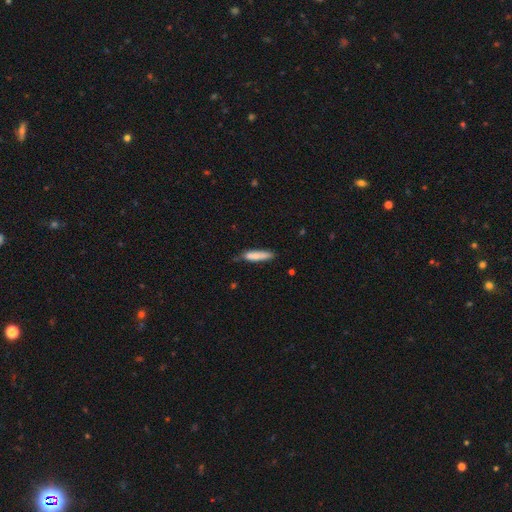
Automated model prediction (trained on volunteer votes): Smooth or featured? Predicted: smooth (p=0.78). How rounded? Predicted: cigar-shaped (p=0.78). Merging? Predicted: none (p=0.61).